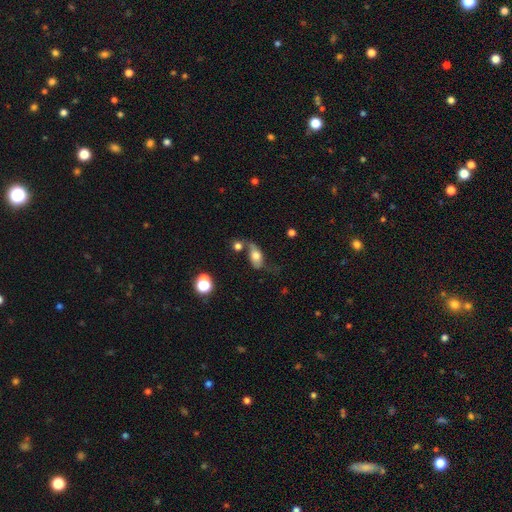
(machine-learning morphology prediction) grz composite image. It shows a smooth galaxy with no disk features (52%) that is in between round and cigar-shaped (83%). Merging: none (39%).